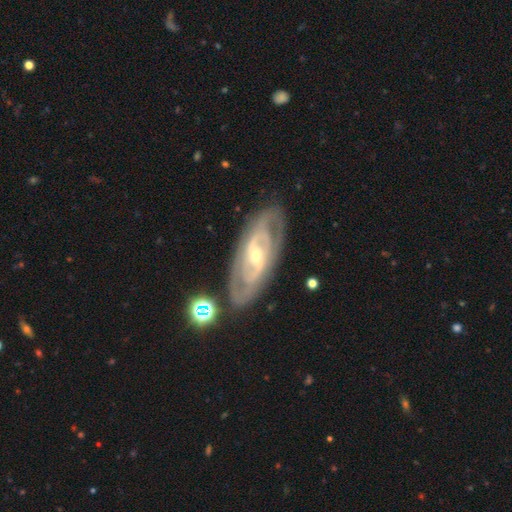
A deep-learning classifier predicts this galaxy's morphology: smooth_or_featured: featured or disk (p=0.86) [alt: smooth p=0.08]
disk_edge_on: no (p=0.91) [alt: yes p=0.09]
bar: weak (p=0.40) [alt: strong p=0.38]
has_spiral_arms: yes (p=0.90) [alt: no p=0.10]
spiral_winding: tight (p=0.56) [alt: medium p=0.35]
spiral_arm_count: 2 (p=0.51) [alt: can't tell p=0.27]
bulge_size: small (p=0.58) [alt: moderate p=0.38]
merging: none (p=0.80) [alt: minor disturbance p=0.13]